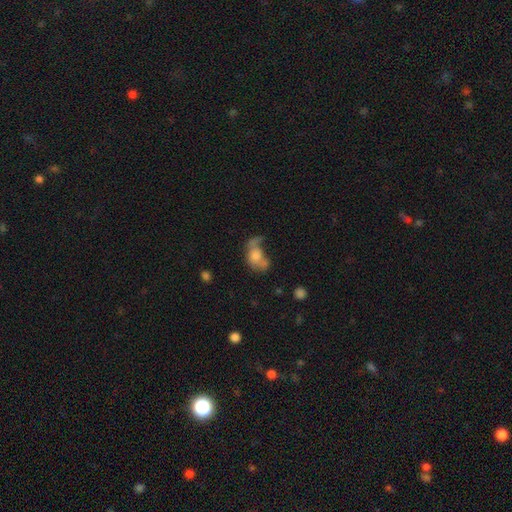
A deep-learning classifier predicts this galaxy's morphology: A smooth galaxy with no disk features (59%) that is in between round and cigar-shaped (67%).

Vote fractions:
- Smooth or featured? smooth: 59% / featured or disk: 28% / star or artifact: 12%
- How rounded? in between: 67% / round: 31% / cigar-shaped: 2%
- Merging? major disturbance: 35% / merger: 24% / none: 23% / minor disturbance: 18%